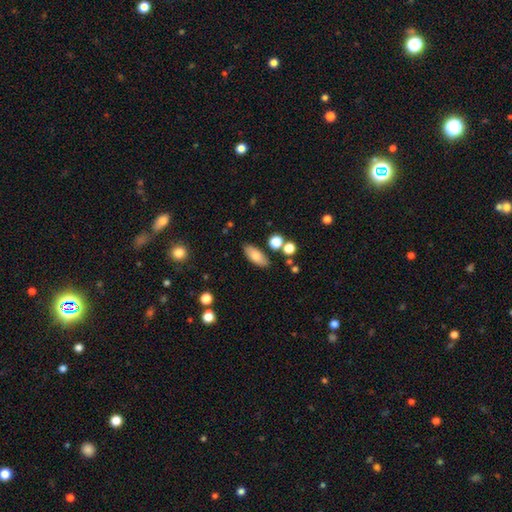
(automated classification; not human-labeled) Smooth or featured? Predicted: smooth (p=0.78). How rounded? Predicted: in between (p=0.81). Merging? Predicted: none (p=0.83).